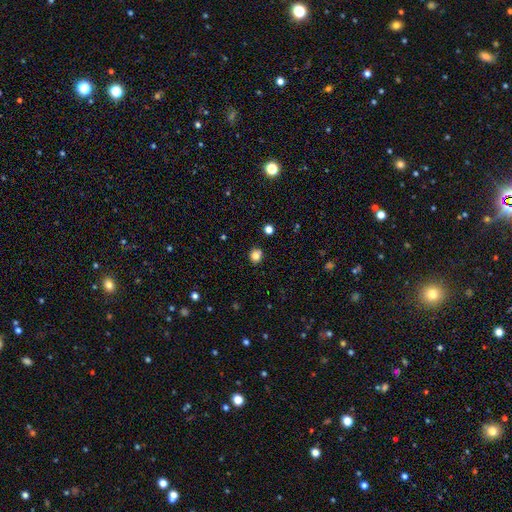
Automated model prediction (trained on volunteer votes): Overall: smooth (80%). How rounded: round (80%). Merging: none (84%).